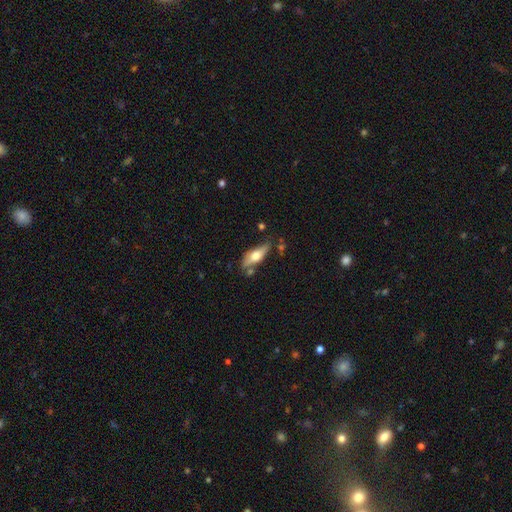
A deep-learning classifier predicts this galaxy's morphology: Smooth or featured?
  - smooth: 53% *
  - featured or disk: 41%
  - star or artifact: 6%
How rounded?
  - in between: 57% *
  - cigar-shaped: 39%
  - round: 3%
Merging?
  - none: 65% *
  - minor disturbance: 21%
  - merger: 9%
  - major disturbance: 6%